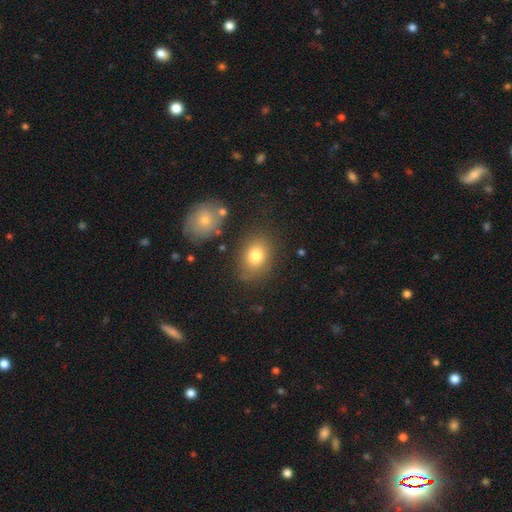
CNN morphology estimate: This appears to be a smooth galaxy with no disk features (78%) that is in between round and cigar-shaped (67%). Merging: none (77%).